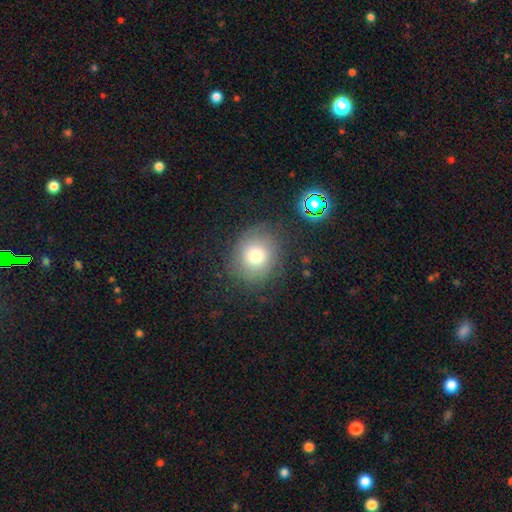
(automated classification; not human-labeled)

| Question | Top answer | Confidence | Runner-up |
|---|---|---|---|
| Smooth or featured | smooth | 71% | featured or disk (17%) |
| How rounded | round | 72% | in between (27%) |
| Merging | none | 75% | minor disturbance (15%) |